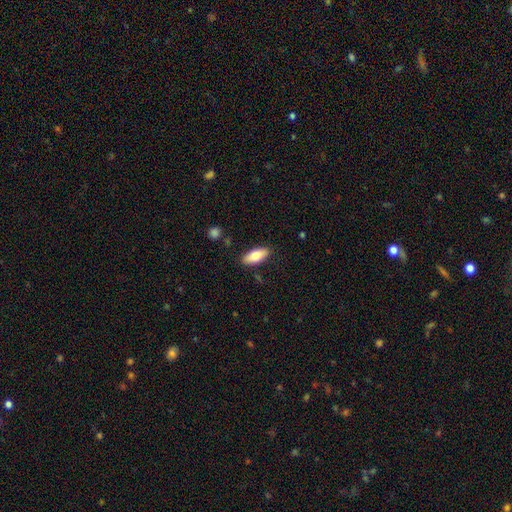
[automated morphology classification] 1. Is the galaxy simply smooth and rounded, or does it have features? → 77% smooth, 17% featured or disk, 6% star or artifact.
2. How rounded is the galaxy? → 82% in between, 15% cigar-shaped, 2% round.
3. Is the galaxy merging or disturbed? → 86% none, 10% minor disturbance, 2% major disturbance, 2% merger.